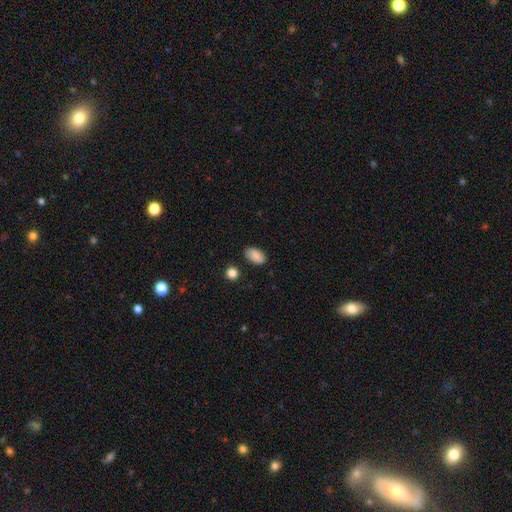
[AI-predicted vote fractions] Smooth or featured? smooth (87%)
How rounded? in between (92%)
Merging? none (83%)